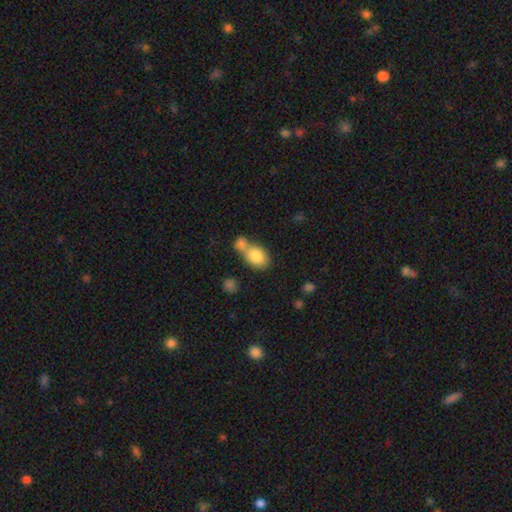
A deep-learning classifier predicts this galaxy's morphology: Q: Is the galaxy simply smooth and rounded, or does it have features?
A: smooth — 80%.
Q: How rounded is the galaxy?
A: in between — 72%.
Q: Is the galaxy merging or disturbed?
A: merger — 55%.